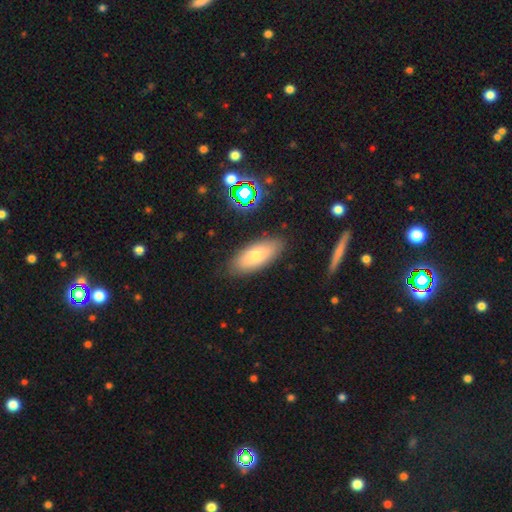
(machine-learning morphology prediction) Smooth or featured: smooth — 75% (featured or disk — 17%)
How rounded: in between — 83% (cigar-shaped — 15%)
Merging: none — 85% (minor disturbance — 11%)